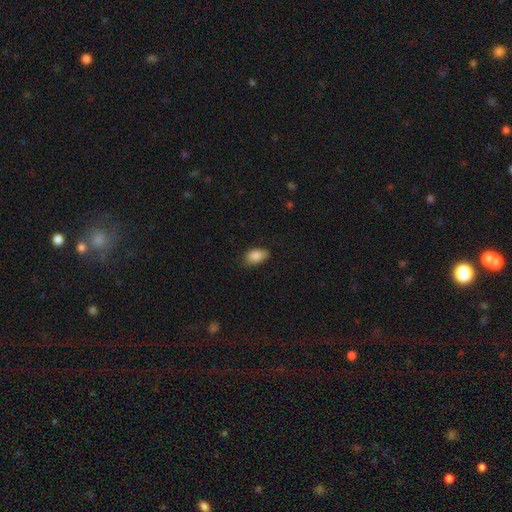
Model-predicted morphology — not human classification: Q: Smooth or featured?
A: smooth (87%); runner-up: star or artifact (8%)
Q: How rounded?
A: in between (88%); runner-up: round (10%)
Q: Merging?
A: none (69%); runner-up: minor disturbance (26%)